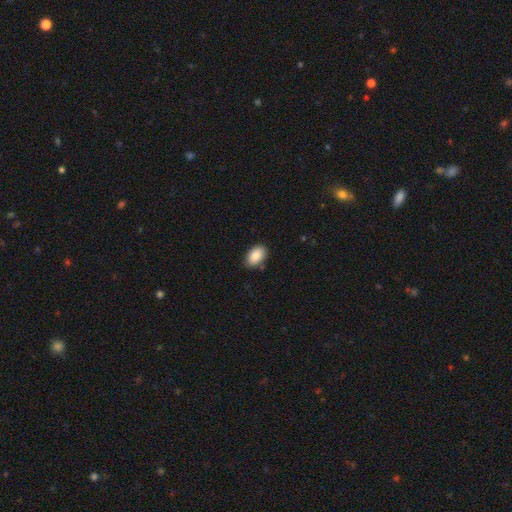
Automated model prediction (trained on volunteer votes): Smooth or featured: smooth — 88% (star or artifact — 7%)
How rounded: in between — 92% (round — 7%)
Merging: none — 83% (minor disturbance — 12%)